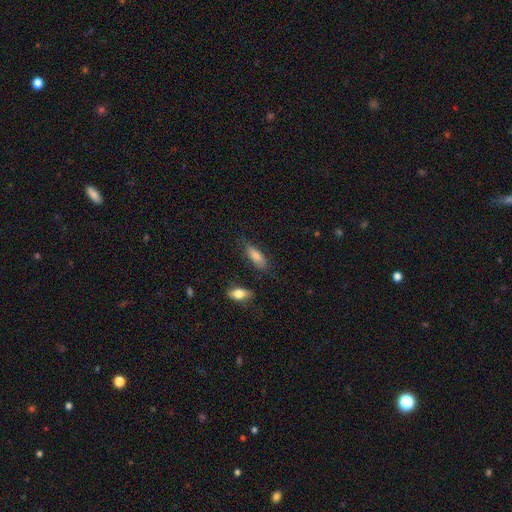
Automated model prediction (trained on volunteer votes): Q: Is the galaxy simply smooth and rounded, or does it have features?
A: smooth — 76%.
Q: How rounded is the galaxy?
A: in between — 61%.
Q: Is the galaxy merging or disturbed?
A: none — 73%.